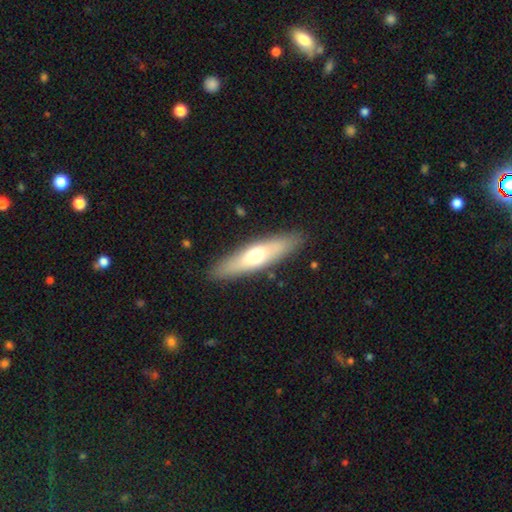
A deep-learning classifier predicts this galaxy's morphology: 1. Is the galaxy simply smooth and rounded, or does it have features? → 56% smooth, 38% featured or disk, 6% star or artifact.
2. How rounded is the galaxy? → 66% cigar-shaped, 32% in between, 2% round.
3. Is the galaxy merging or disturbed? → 88% none, 9% minor disturbance, 2% major disturbance, 1% merger.